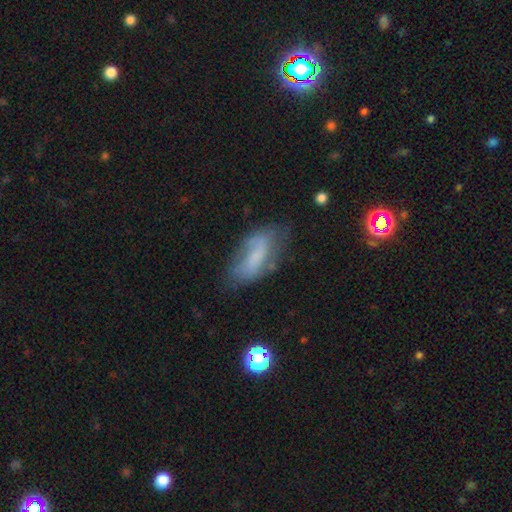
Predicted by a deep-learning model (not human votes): Smooth or featured?
  - smooth: 49% *
  - featured or disk: 40%
  - star or artifact: 11%
Merging?
  - none: 50% *
  - minor disturbance: 30%
  - major disturbance: 16%
  - merger: 4%